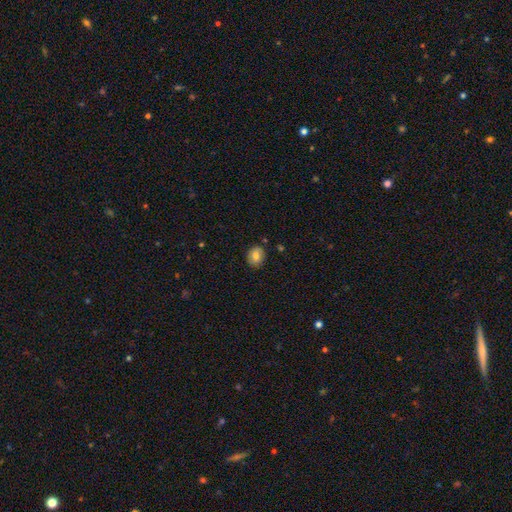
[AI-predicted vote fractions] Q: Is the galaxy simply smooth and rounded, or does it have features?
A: smooth — 77%.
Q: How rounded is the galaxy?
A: round — 68%.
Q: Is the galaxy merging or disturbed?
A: none — 84%.